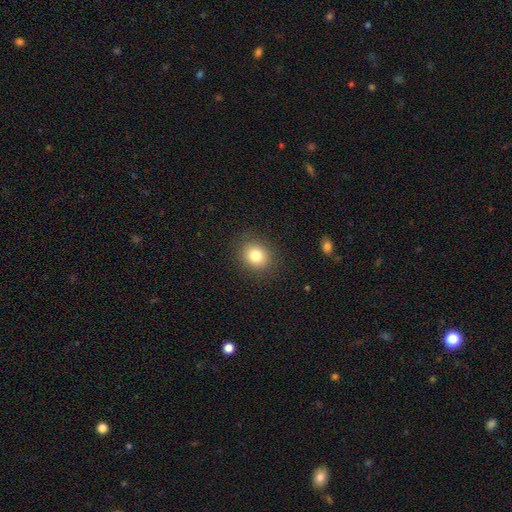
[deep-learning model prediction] Smooth or featured? smooth (81%)
How rounded? round (79%)
Merging? none (89%)